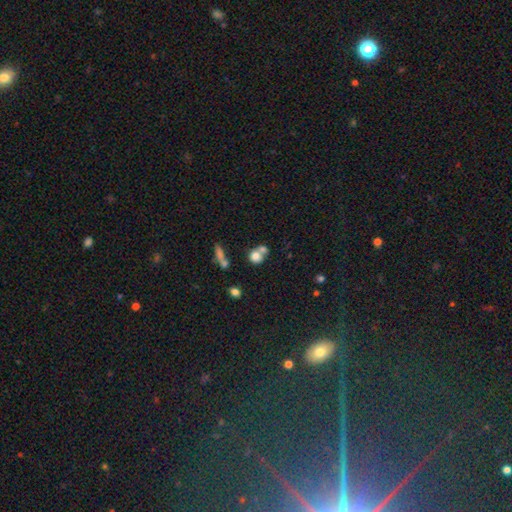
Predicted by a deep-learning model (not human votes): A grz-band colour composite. It shows a smooth galaxy with no disk features (74%) that is round (79%). Merging: merger (51%).